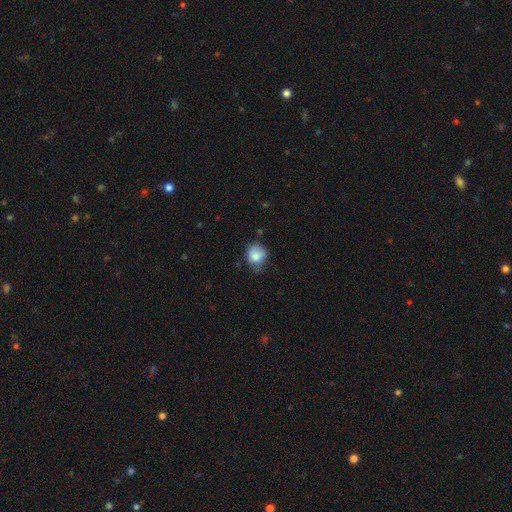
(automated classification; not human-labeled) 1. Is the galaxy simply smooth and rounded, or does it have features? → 79% smooth, 12% featured or disk, 9% star or artifact.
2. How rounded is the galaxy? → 58% round, 41% in between, 1% cigar-shaped.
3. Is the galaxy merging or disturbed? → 52% none, 35% minor disturbance, 10% major disturbance, 3% merger.